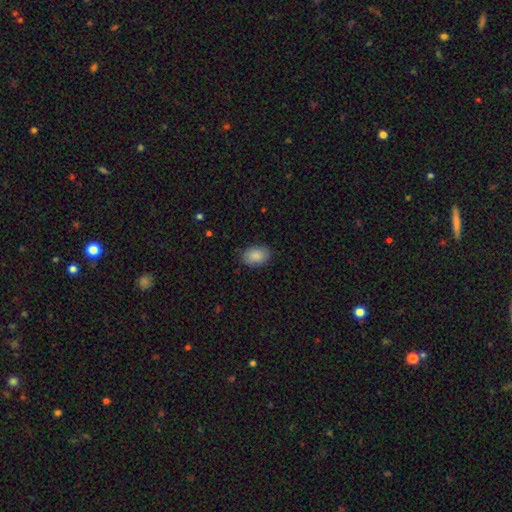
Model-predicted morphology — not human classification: A smooth galaxy with no disk features (88%) that is in between round and cigar-shaped (85%).

Vote fractions:
- Smooth or featured? smooth: 88% / star or artifact: 7% / featured or disk: 5%
- How rounded? in between: 85% / round: 14% / cigar-shaped: 1%
- Merging? none: 86% / minor disturbance: 11% / major disturbance: 2% / merger: 1%